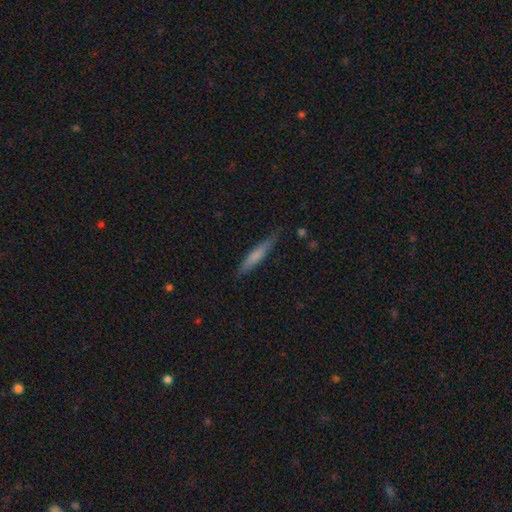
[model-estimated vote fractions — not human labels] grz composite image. It shows a smooth galaxy with no disk features (67%) that is cigar-shaped (91%). Merging: none (80%).